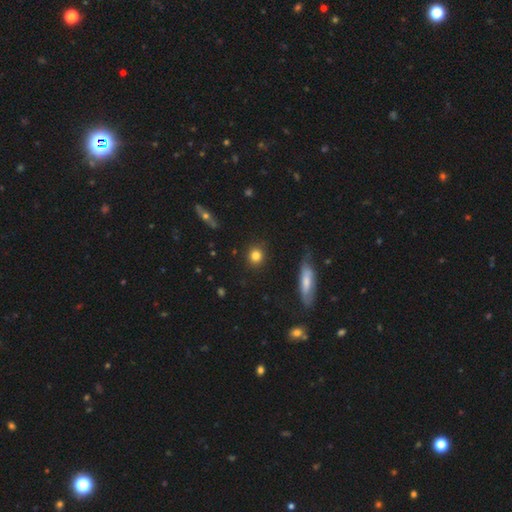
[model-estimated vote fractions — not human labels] This is clearly a smooth galaxy (82%). How rounded: clearly round (87%). Merging: clearly none (88%).